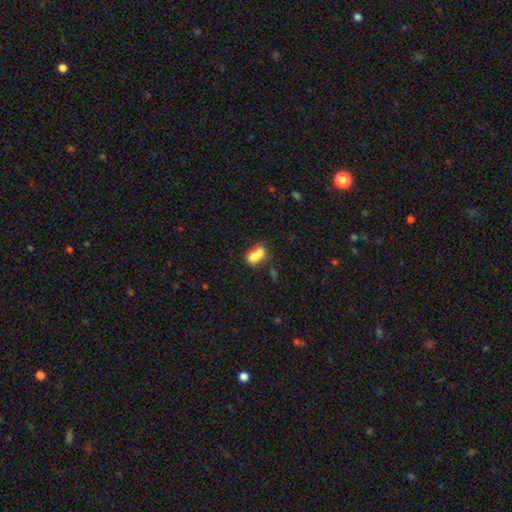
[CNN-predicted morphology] Overall: smooth (72%). How rounded: in between (73%). Merging: merger (55%; none 24%).